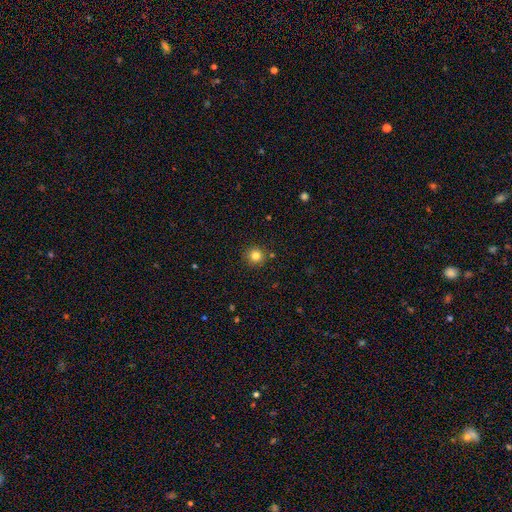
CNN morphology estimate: A smooth galaxy with no disk features (82%) that is round (94%). Merging: none (89%).